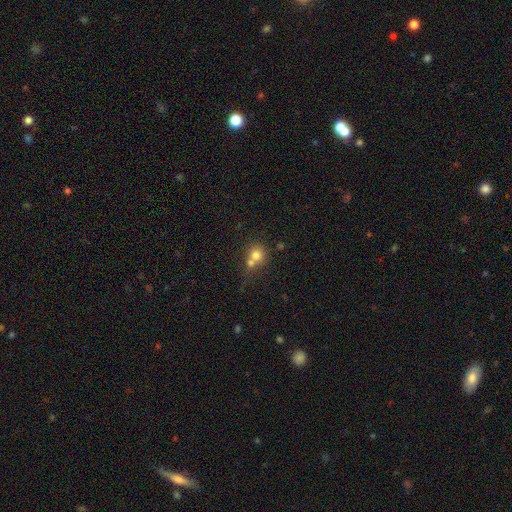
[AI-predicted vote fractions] Smooth or featured: smooth — 74% (featured or disk — 13%)
How rounded: round — 84% (in between — 15%)
Merging: merger — 52% (none — 38%)